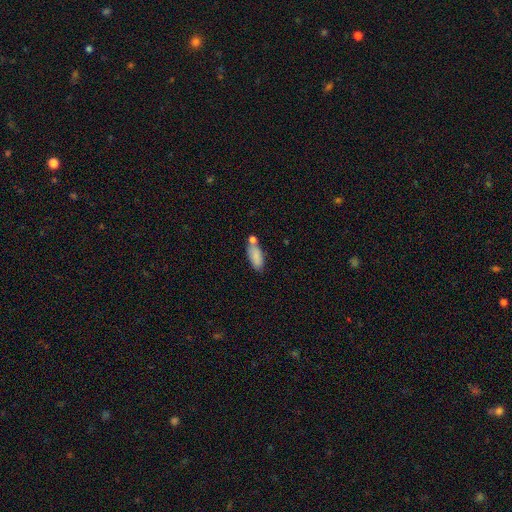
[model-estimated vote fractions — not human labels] This appears to be a smooth galaxy with no disk features (83%) that is in between round and cigar-shaped (78%). Merging: none (54%).